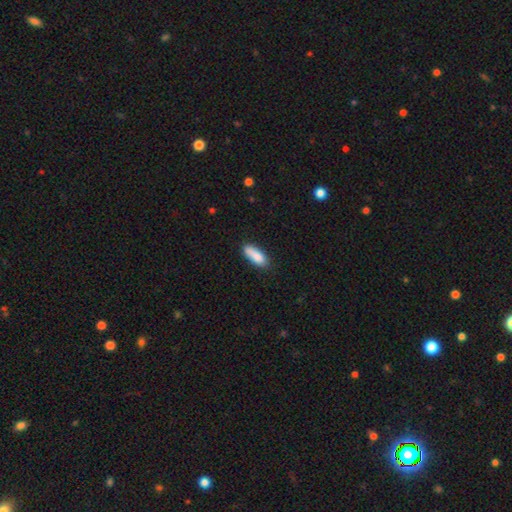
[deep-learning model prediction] smooth_or_featured: smooth (p=0.85) [alt: featured or disk p=0.08]
how_rounded: in between (p=0.63) [alt: cigar-shaped p=0.35]
merging: none (p=0.72) [alt: minor disturbance p=0.20]